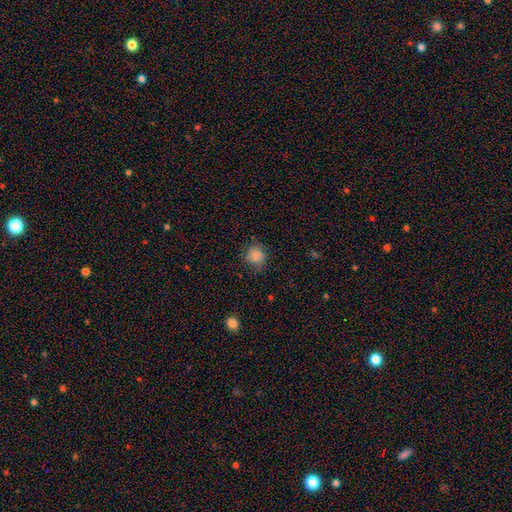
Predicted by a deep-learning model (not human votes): A smooth galaxy with no disk features (85%) that is round (88%).

Vote fractions:
- Smooth or featured? smooth: 85% / star or artifact: 10% / featured or disk: 5%
- How rounded? round: 88% / in between: 11% / cigar-shaped: 1%
- Merging? none: 81% / minor disturbance: 14% / major disturbance: 4% / merger: 1%